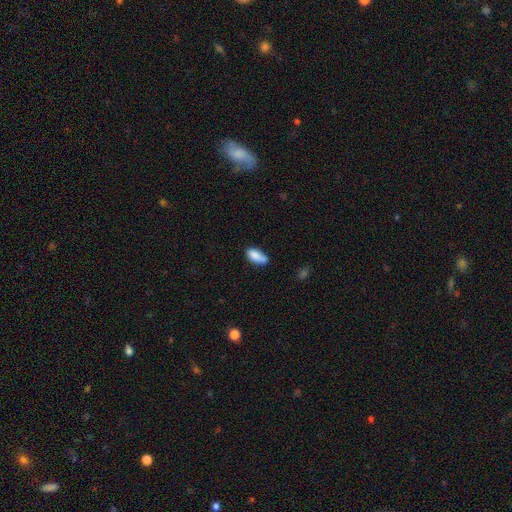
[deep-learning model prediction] Smooth or featured? Predicted: smooth (p=0.83). How rounded? Predicted: in between (p=0.87). Merging? Predicted: none (p=0.50).